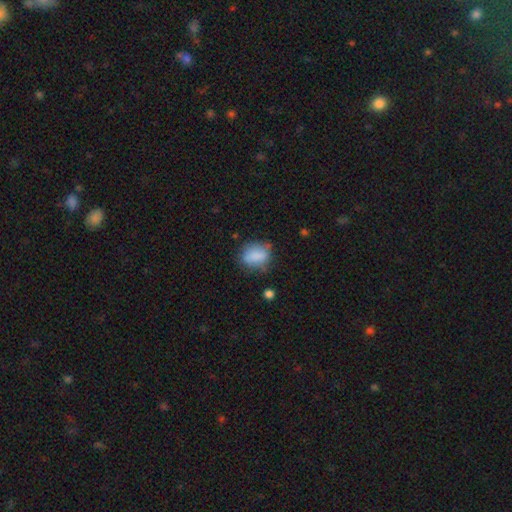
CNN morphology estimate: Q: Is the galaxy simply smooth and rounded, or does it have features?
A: smooth — 80%.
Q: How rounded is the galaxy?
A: in between — 68%.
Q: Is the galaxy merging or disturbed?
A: none — 62%.